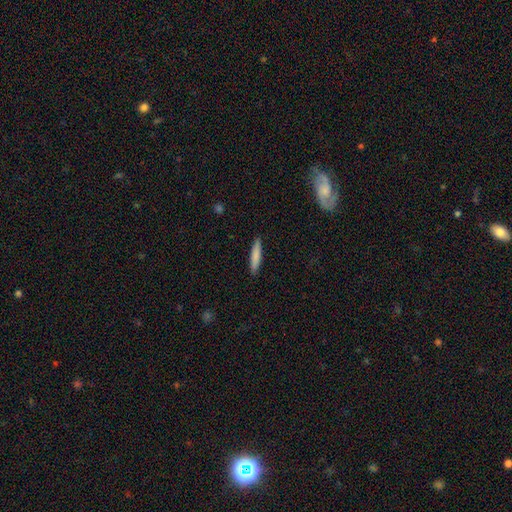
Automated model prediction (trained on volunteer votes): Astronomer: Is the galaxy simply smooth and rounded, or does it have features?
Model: smooth — 81%.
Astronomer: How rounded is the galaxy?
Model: cigar-shaped — 90%.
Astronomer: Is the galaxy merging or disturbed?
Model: none — 91%.